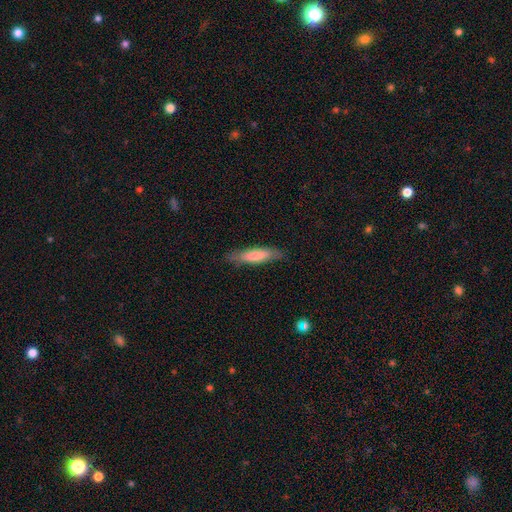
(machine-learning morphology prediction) A smooth galaxy with no disk features (75%) that is cigar-shaped (74%).

Vote fractions:
- Smooth or featured? smooth: 75% / featured or disk: 20% / star or artifact: 5%
- How rounded? cigar-shaped: 74% / in between: 25% / round: 1%
- Merging? none: 81% / minor disturbance: 15% / major disturbance: 3% / merger: 1%